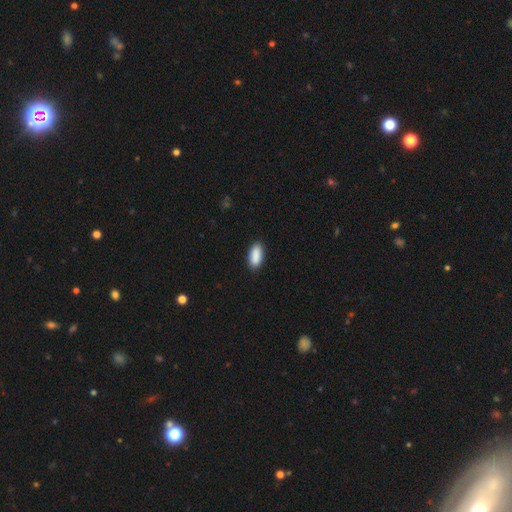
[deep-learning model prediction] A smooth galaxy with no disk features (90%) that is in between round and cigar-shaped (88%).

Vote fractions:
- Smooth or featured? smooth: 90% / star or artifact: 6% / featured or disk: 3%
- How rounded? in between: 88% / cigar-shaped: 10% / round: 2%
- Merging? none: 88% / minor disturbance: 9% / major disturbance: 2% / merger: 1%